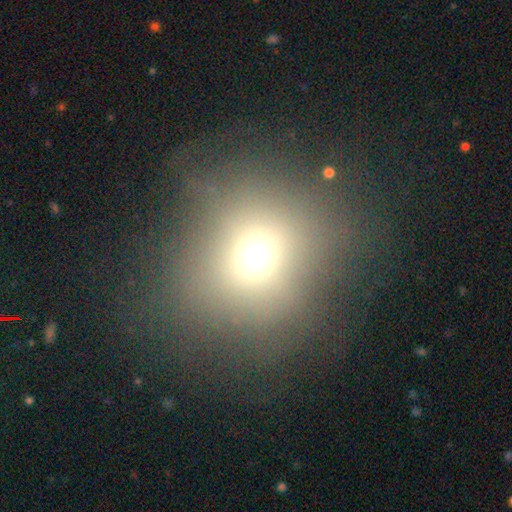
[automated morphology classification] A smooth galaxy with no disk features (67%) that is round (79%).

Vote fractions:
- Smooth or featured? smooth: 67% / star or artifact: 23% / featured or disk: 10%
- How rounded? round: 79% / in between: 20% / cigar-shaped: 1%
- Merging? none: 78% / minor disturbance: 11% / major disturbance: 8% / merger: 4%